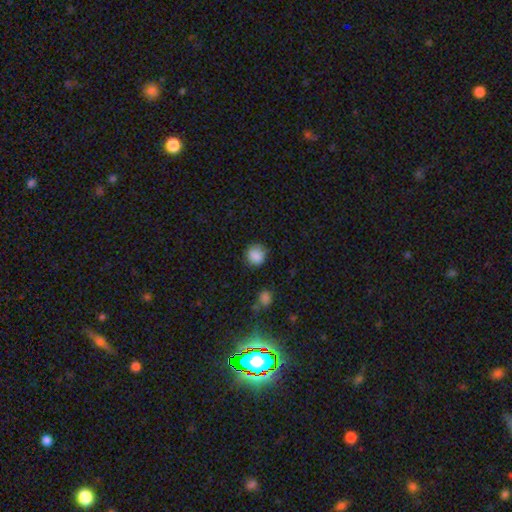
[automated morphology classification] smooth 87%, star or artifact 9%, featured or disk 4%. Down the decision tree: how rounded — round (89%); merging — none (82%).